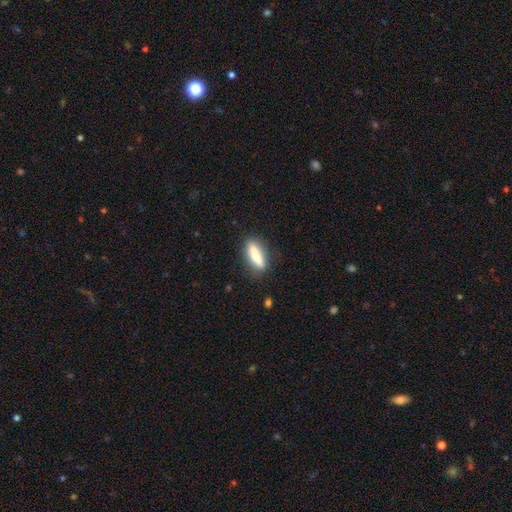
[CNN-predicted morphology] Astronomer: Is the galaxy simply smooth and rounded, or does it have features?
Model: smooth — 63%.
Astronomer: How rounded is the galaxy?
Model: cigar-shaped — 64%.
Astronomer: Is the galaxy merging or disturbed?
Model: none — 83%.